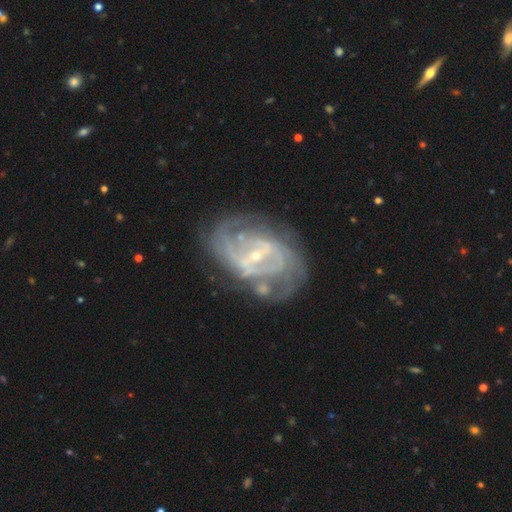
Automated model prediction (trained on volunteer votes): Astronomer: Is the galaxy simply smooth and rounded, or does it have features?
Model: featured or disk — 88%.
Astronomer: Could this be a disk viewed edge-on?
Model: no — 96%.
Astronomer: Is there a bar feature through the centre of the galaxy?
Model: strong — 44% (runner-up: weak, 38%).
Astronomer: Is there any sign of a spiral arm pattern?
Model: yes — 92%.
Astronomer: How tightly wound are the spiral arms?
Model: tight — 48% (runner-up: medium, 39%).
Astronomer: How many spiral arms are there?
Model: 2 — 39% (runner-up: can't tell, 29%).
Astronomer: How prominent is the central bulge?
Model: small — 81%.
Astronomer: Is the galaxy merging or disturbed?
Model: none — 61%.